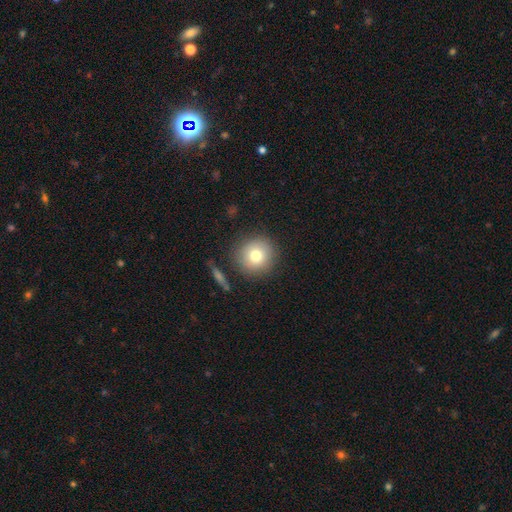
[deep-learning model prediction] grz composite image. It shows a smooth galaxy with no disk features (76%) that is round (93%). Merging: none (86%).